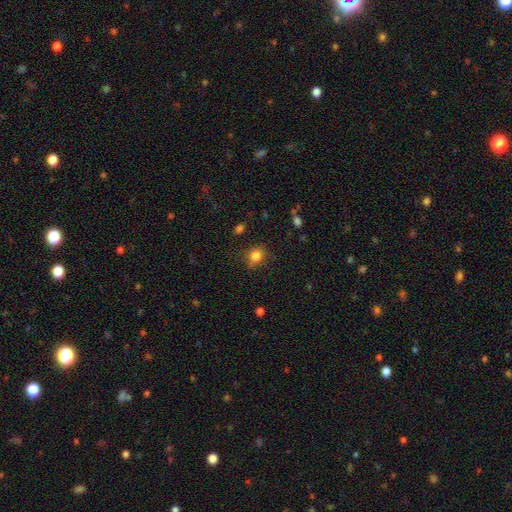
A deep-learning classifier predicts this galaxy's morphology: Smooth or featured? smooth (82%)
How rounded? round (70%)
Merging? none (74%)